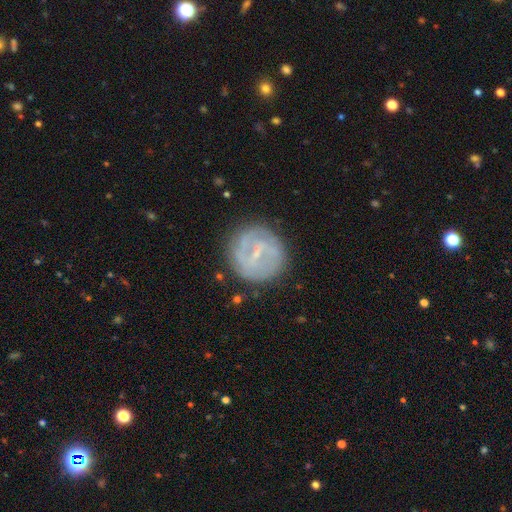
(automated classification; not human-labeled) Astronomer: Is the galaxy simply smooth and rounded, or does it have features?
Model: featured or disk — 69%.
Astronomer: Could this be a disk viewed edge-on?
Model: no — 97%.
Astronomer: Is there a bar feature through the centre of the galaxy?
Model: weak — 50% (runner-up: strong, 32%).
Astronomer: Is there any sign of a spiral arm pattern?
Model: yes — 73%.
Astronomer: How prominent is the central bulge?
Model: small — 67%.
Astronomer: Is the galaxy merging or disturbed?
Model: none — 79%.